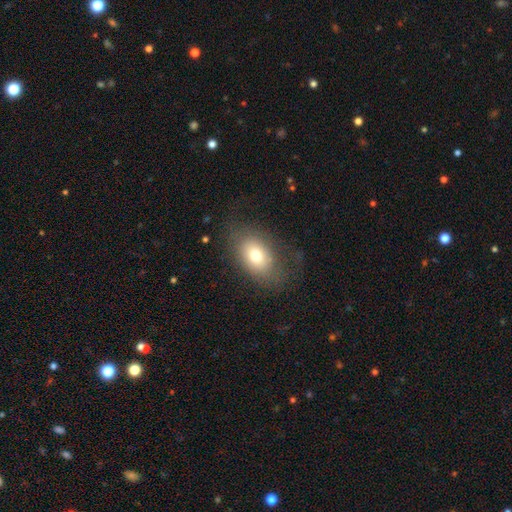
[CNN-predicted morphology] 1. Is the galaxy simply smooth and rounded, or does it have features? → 71% smooth, 18% featured or disk, 11% star or artifact.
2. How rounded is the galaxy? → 81% in between, 17% round, 1% cigar-shaped.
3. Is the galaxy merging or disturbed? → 67% none, 19% minor disturbance, 14% major disturbance, 1% merger.